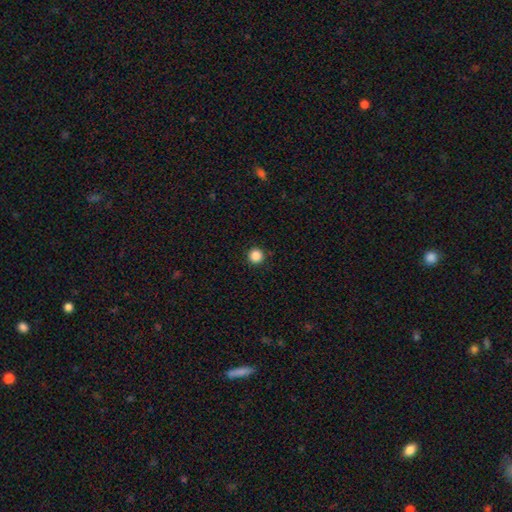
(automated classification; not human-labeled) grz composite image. It shows a smooth galaxy with no disk features (86%) that is round (96%). Merging: none (93%).